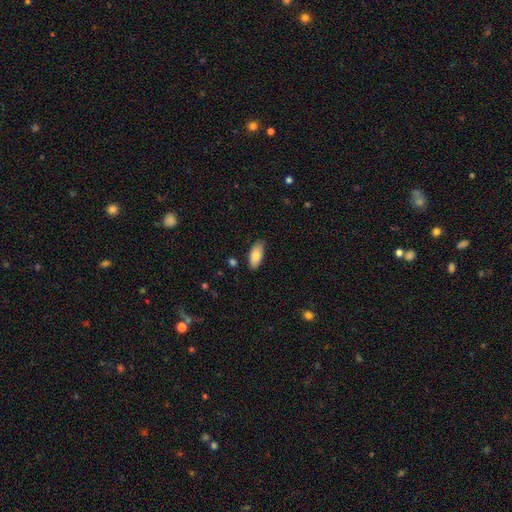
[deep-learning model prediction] Smooth or featured: smooth — 84% (featured or disk — 10%)
How rounded: in between — 89% (cigar-shaped — 9%)
Merging: none — 84% (minor disturbance — 12%)